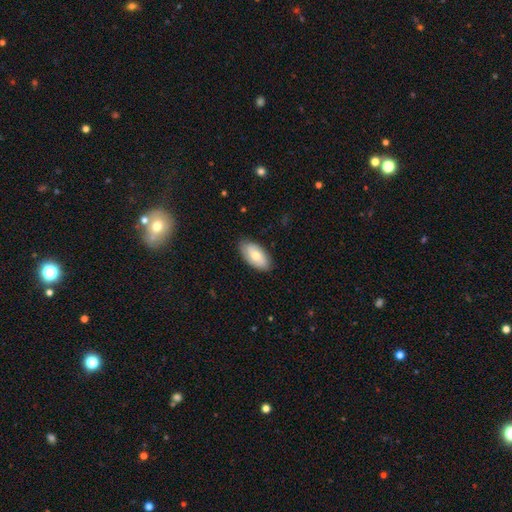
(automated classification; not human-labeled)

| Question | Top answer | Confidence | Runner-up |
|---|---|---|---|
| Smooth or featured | smooth | 70% | featured or disk (25%) |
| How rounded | in between | 94% | cigar-shaped (3%) |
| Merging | none | 85% | minor disturbance (12%) |